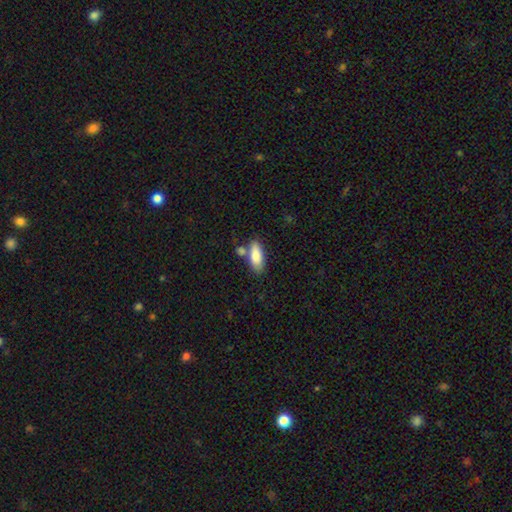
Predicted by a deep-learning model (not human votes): The model was most divided on "merging": none: 62%, merger: 19%, minor disturbance: 15%, major disturbance: 4%. More confident: smooth or featured — smooth (84%); how rounded — in between (79%).